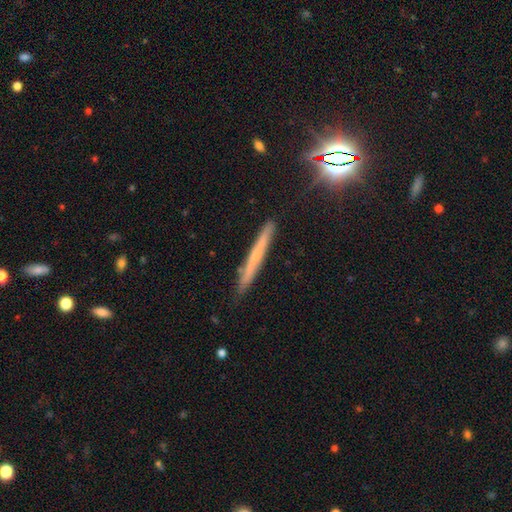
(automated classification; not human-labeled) Smooth or featured? Predicted: featured or disk (p=0.48). Merging? Predicted: none (p=0.88).